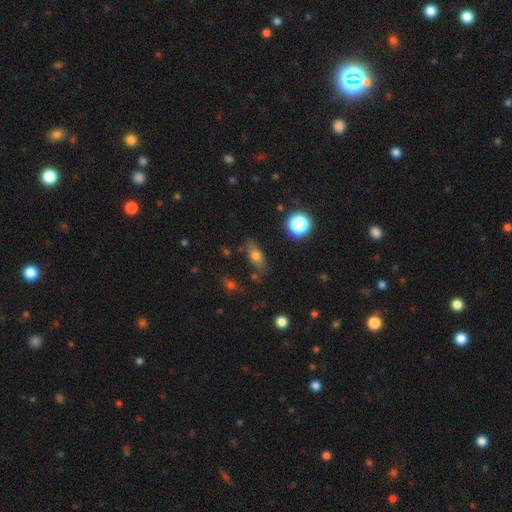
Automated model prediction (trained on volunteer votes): Overall: smooth (68%). How rounded: in between (72%). Merging: none (74%).